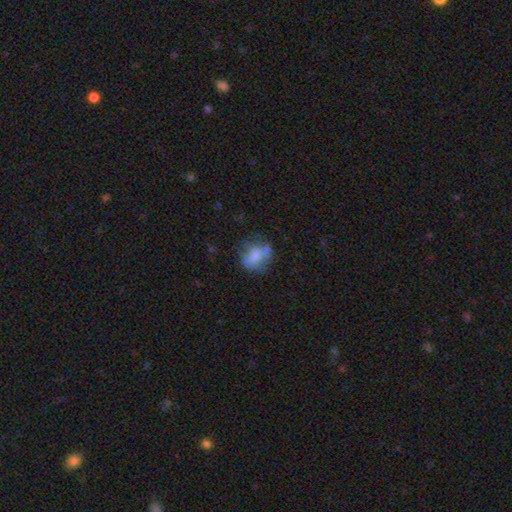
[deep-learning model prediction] This is likely a smooth galaxy (62%). How rounded: possibly in between (56%). Merging: possibly none (49%).